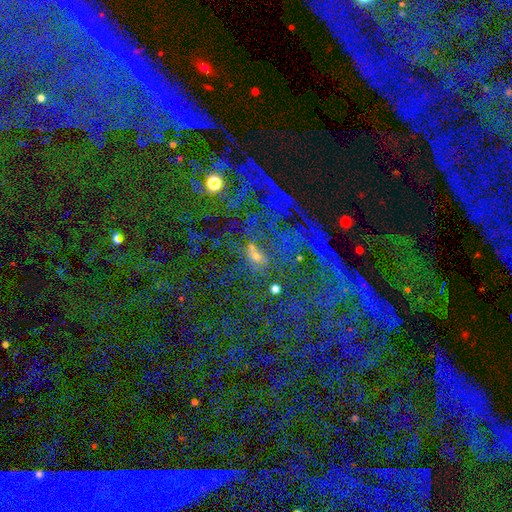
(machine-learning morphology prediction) Q: Smooth or featured?
A: star or artifact (62%); runner-up: featured or disk (21%)